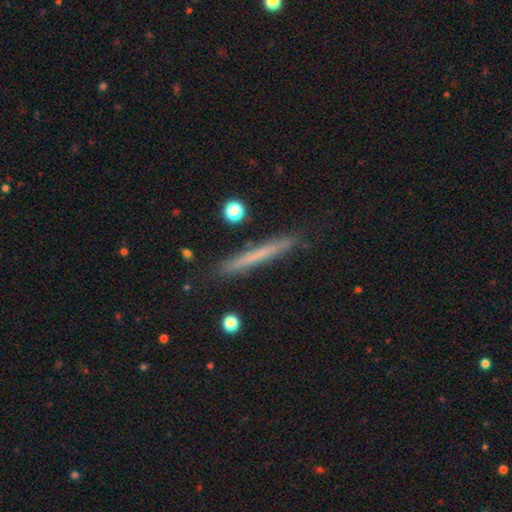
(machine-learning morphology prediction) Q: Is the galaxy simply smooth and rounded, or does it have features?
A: smooth — 58%.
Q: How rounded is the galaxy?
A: cigar-shaped — 96%.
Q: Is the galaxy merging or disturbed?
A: none — 88%.